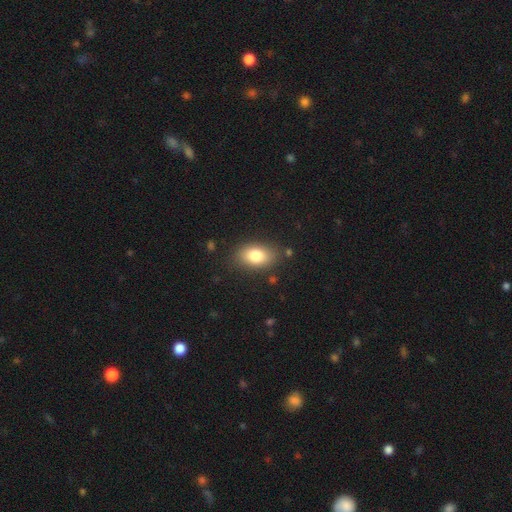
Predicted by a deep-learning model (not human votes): smooth_or_featured: smooth (p=0.80) [alt: featured or disk p=0.11]
how_rounded: in between (p=0.87) [alt: round p=0.11]
merging: none (p=0.82) [alt: minor disturbance p=0.12]